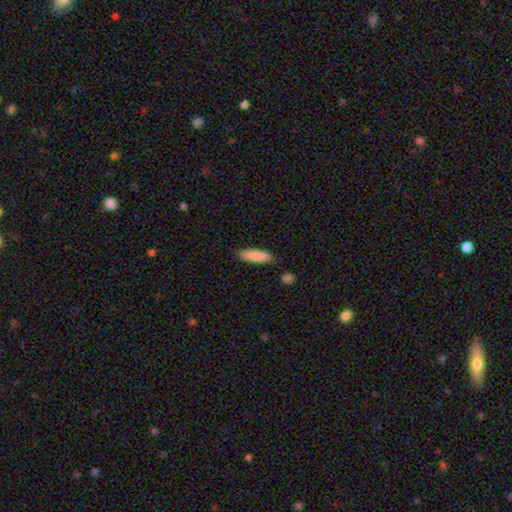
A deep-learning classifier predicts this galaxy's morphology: Overall: smooth (86%). How rounded: cigar-shaped (55%; in between 43%). Merging: none (85%).